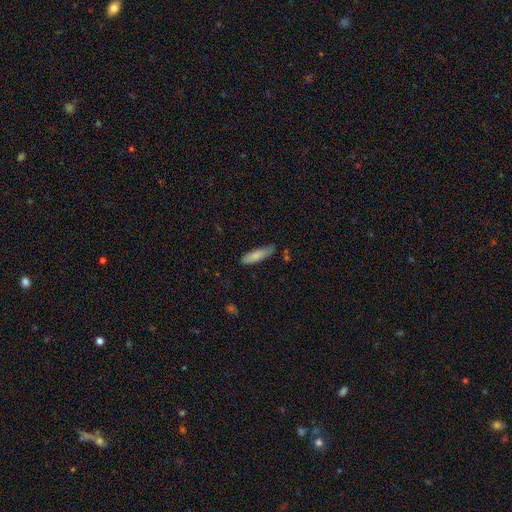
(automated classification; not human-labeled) This is clearly a smooth galaxy (81%). How rounded: likely cigar-shaped (69%). Merging: likely none (76%).